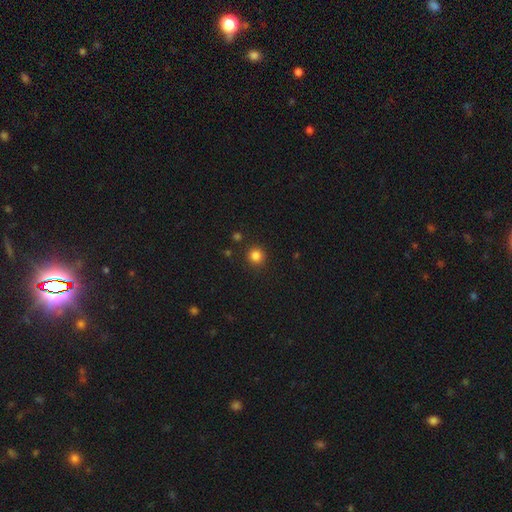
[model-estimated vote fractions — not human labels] Overall: smooth (83%). How rounded: round (93%). Merging: none (90%).